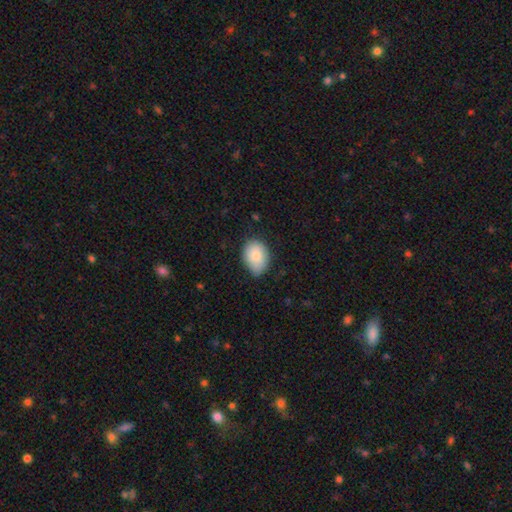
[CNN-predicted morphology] This is clearly a smooth galaxy (83%). How rounded: likely in between (74%). Merging: likely none (67%).